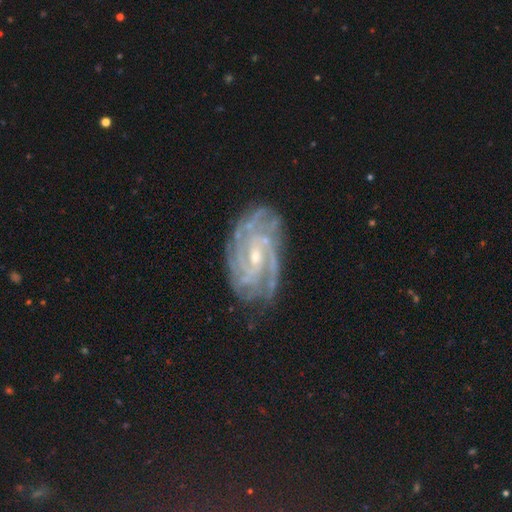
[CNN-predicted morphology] Smooth or featured: featured or disk — 89% (star or artifact — 6%)
Edge-on disk: no — 96% (yes — 4%)
Bar: weak — 46% (no — 37%)
Spiral arms: yes — 98% (no — 2%)
Spiral winding: tight — 67% (medium — 28%)
Spiral arm count: can't tell — 23% (4 — 21%)
Bulge size: small — 65% (moderate — 32%)
Merging: none — 77% (minor disturbance — 17%)